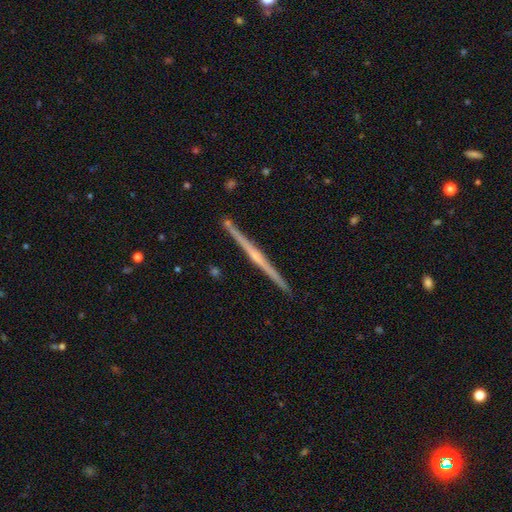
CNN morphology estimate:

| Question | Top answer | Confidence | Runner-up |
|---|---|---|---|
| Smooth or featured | featured or disk | 83% | smooth (12%) |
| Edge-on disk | yes | 99% | no (1%) |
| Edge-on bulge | rounded | 62% | none (30%) |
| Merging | none | 93% | minor disturbance (5%) |